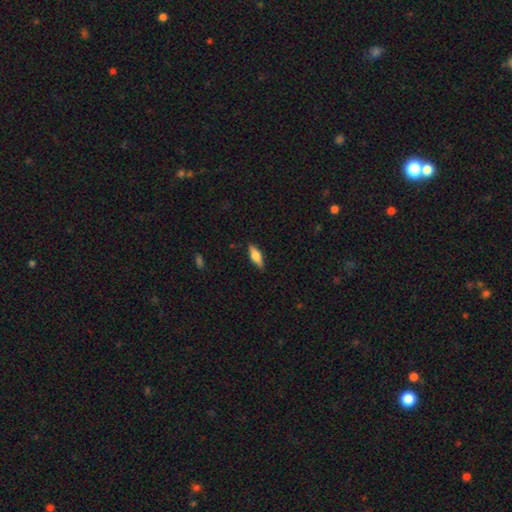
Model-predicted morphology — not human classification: Q: Smooth or featured?
A: smooth (68%); runner-up: featured or disk (26%)
Q: How rounded?
A: in between (63%); runner-up: cigar-shaped (34%)
Q: Merging?
A: none (84%); runner-up: minor disturbance (12%)